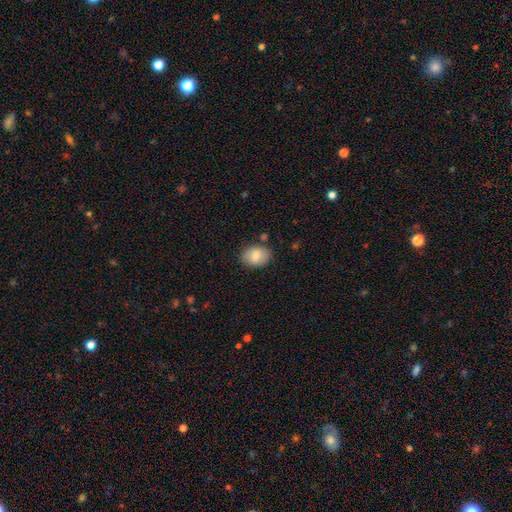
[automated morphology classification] This appears to be a smooth galaxy with no disk features (83%) that is in between round and cigar-shaped (71%). Merging: none (82%).